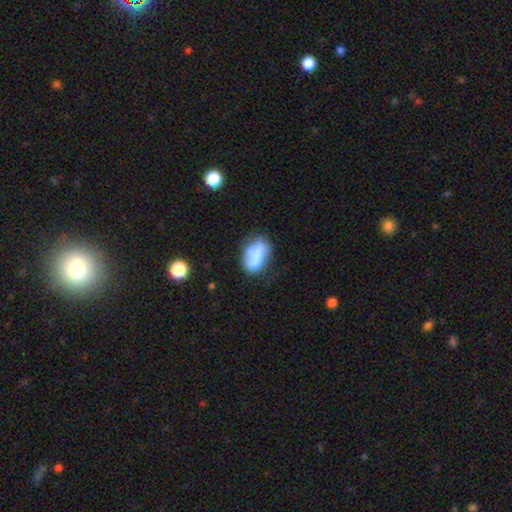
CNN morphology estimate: The model was most divided on "merging": none: 49%, minor disturbance: 27%, merger: 13%, major disturbance: 11%. More confident: how rounded — in between (88%); smooth or featured — smooth (74%).